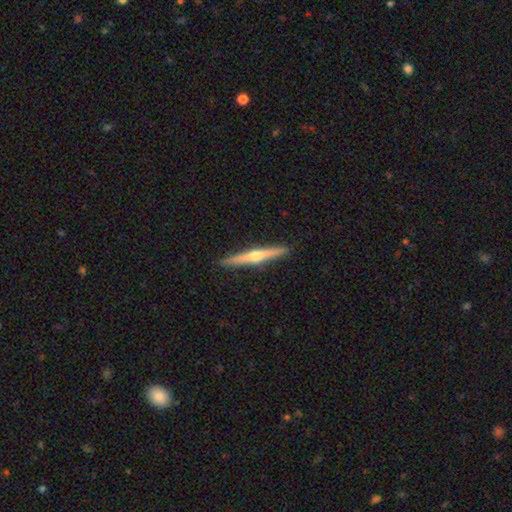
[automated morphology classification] Smooth or featured: featured or disk — 72% (smooth — 23%)
Edge-on disk: yes — 98% (no — 2%)
Edge-on bulge: rounded — 91% (none — 6%)
Merging: none — 92% (minor disturbance — 5%)